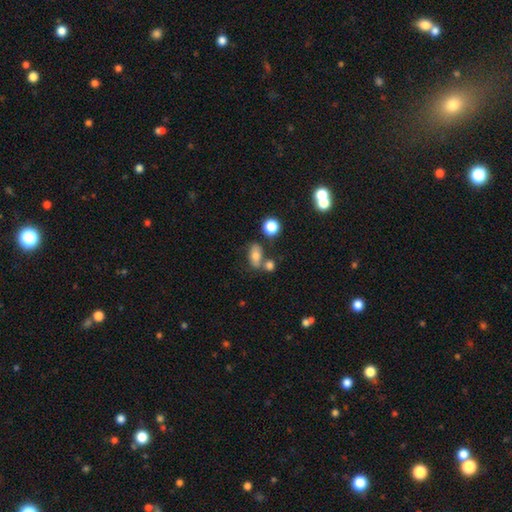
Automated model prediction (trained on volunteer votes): A smooth galaxy with no disk features (71%) that is in between round and cigar-shaped (78%). Merging: none (55%).